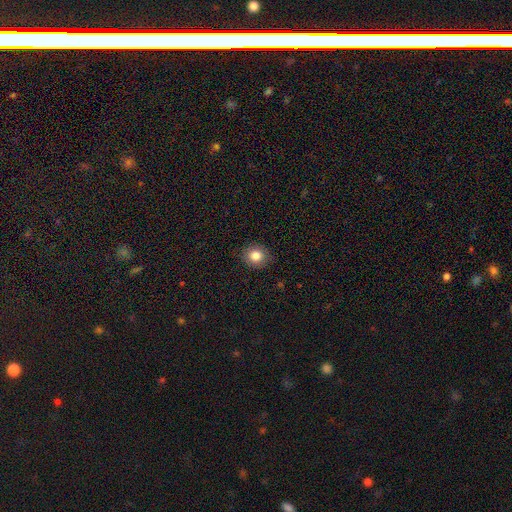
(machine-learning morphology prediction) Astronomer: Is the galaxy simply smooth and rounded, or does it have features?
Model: smooth — 84%.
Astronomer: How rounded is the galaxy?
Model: round — 77%.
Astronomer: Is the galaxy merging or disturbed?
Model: none — 88%.